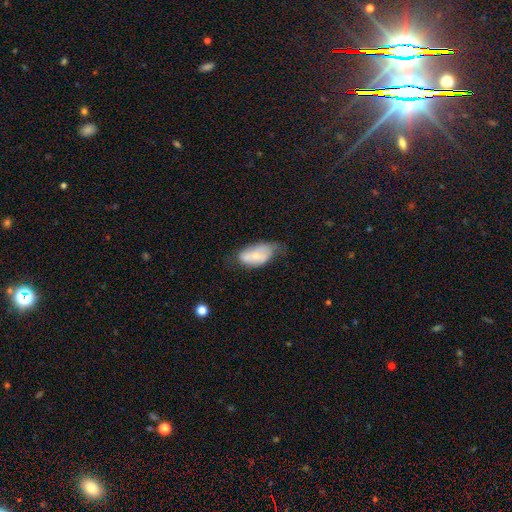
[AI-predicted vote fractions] Smooth or featured? Predicted: smooth (p=0.56). How rounded? Predicted: in between (p=0.93). Merging? Predicted: none (p=0.41).